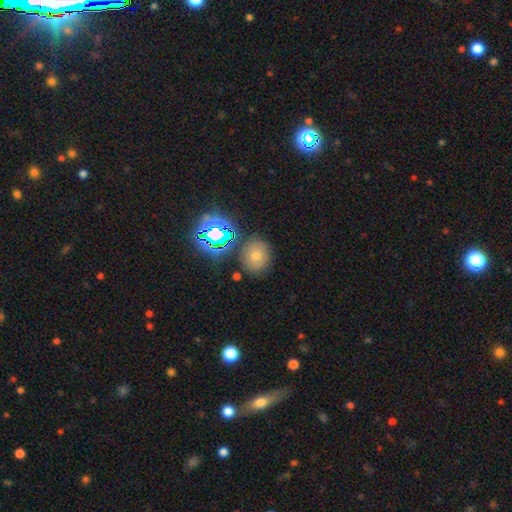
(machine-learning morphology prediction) Overall: smooth (44%; star or artifact 40%). Merging: none (82%).